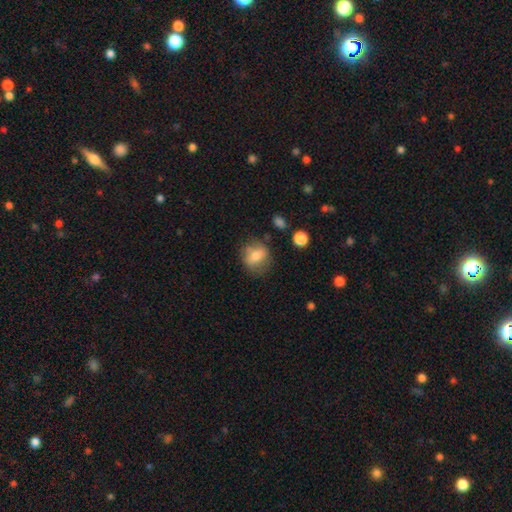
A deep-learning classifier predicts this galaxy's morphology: Q: Smooth or featured?
A: smooth (69%); runner-up: featured or disk (22%)
Q: How rounded?
A: round (66%); runner-up: in between (32%)
Q: Merging?
A: none (72%); runner-up: minor disturbance (18%)